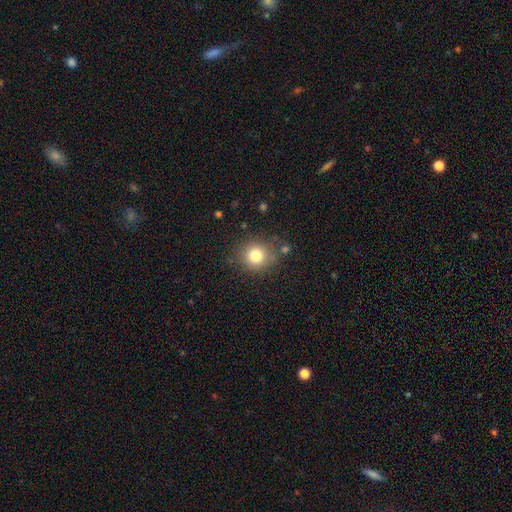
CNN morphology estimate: smooth-or-featured: smooth: 79% | star or artifact: 12% | featured or disk: 9%
  how-rounded: round: 84% | in between: 15% | cigar-shaped: 1%
  merging: none: 78% | minor disturbance: 13% | major disturbance: 5% | merger: 4%